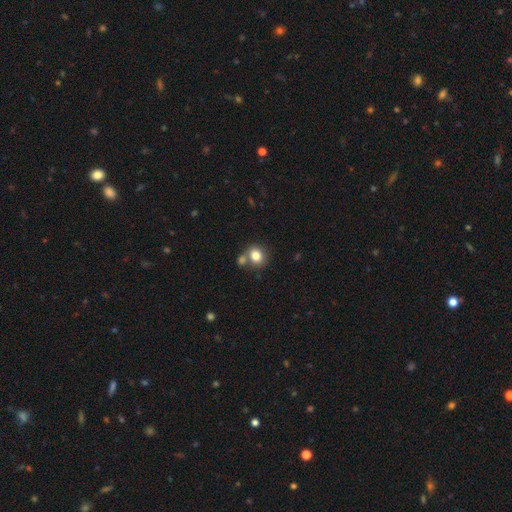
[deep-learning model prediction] Overall: smooth (80%). How rounded: round (70%). Merging: none (59%; merger 27%).